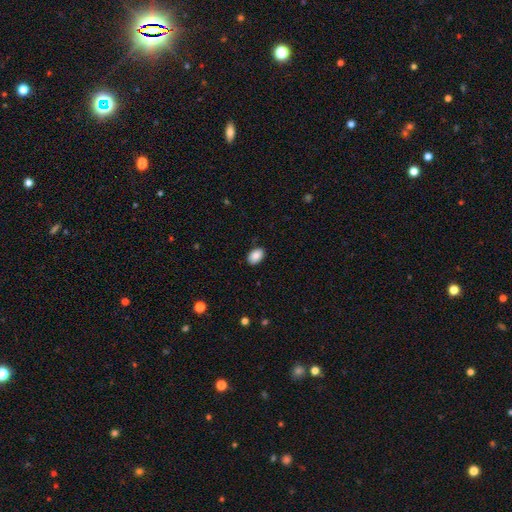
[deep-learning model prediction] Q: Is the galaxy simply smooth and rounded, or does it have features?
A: smooth — 89%.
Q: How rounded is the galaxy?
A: in between — 88%.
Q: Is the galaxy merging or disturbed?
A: none — 87%.